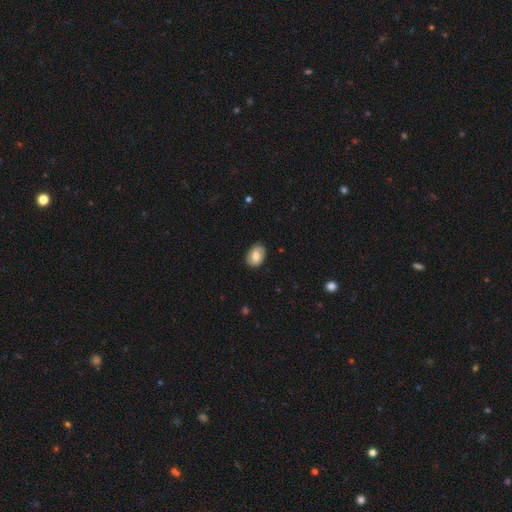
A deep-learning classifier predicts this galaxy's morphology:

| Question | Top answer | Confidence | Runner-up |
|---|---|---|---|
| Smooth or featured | smooth | 71% | featured or disk (22%) |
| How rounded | in between | 76% | round (23%) |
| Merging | none | 84% | minor disturbance (12%) |